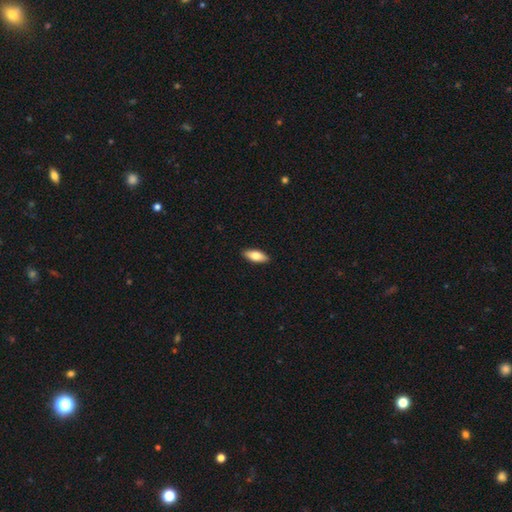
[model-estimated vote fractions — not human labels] The model was most divided on "smooth or featured": smooth: 73%, featured or disk: 21%, star or artifact: 6%. More confident: merging — none (91%); how rounded — in between (77%).